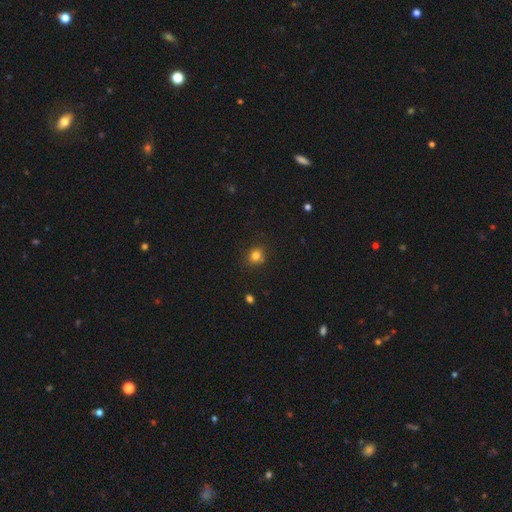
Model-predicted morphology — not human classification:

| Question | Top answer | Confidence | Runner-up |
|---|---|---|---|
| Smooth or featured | smooth | 80% | star or artifact (14%) |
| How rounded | round | 77% | in between (22%) |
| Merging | none | 77% | minor disturbance (14%) |